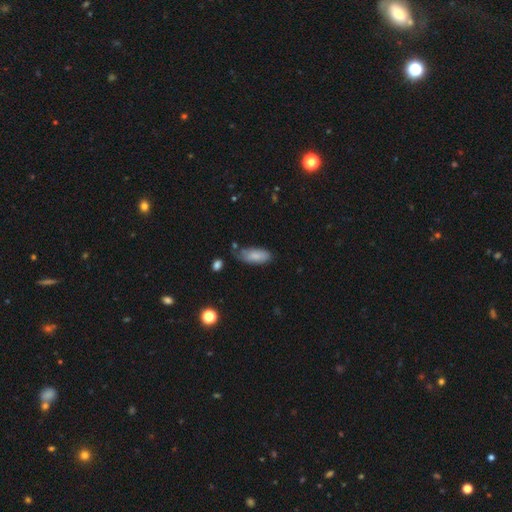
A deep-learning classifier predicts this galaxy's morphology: Smooth or featured? smooth (81%)
How rounded? in between (84%)
Merging? none (51%)